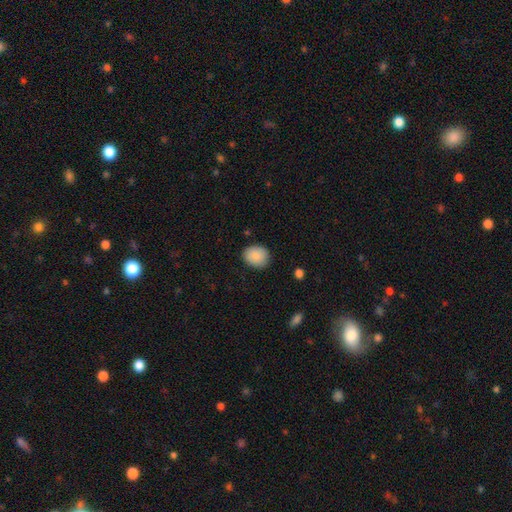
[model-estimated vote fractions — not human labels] Smooth or featured: smooth — 89% (star or artifact — 7%)
How rounded: round — 66% (in between — 33%)
Merging: none — 86% (minor disturbance — 11%)